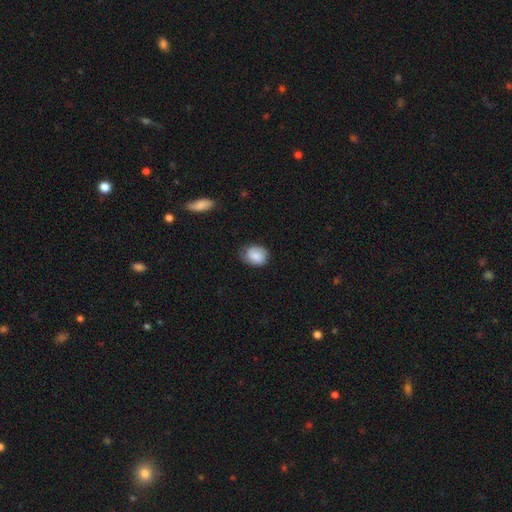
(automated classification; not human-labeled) This appears to be a smooth galaxy with no disk features (83%) that is round (50%). Merging: none (73%).